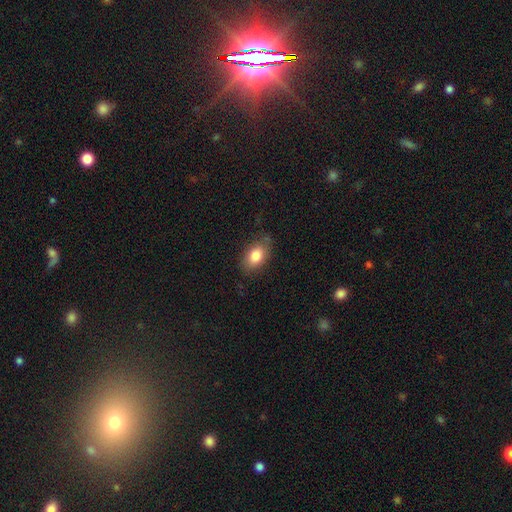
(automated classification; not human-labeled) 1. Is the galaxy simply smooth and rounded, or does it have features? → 82% smooth, 10% featured or disk, 8% star or artifact.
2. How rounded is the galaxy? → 85% in between, 13% round, 2% cigar-shaped.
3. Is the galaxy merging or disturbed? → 77% none, 18% minor disturbance, 4% major disturbance, 2% merger.